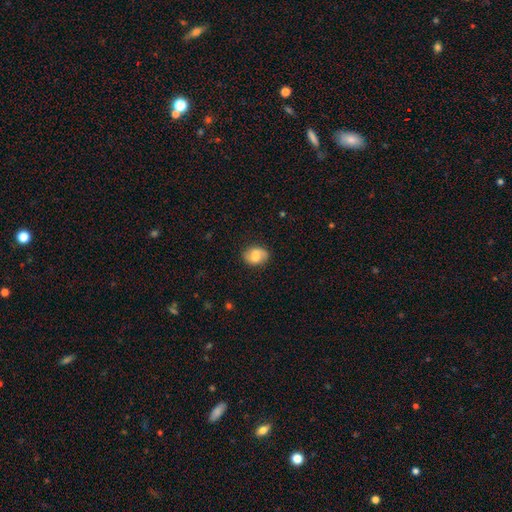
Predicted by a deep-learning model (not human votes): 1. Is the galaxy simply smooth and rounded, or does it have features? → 49% smooth, 42% featured or disk, 9% star or artifact.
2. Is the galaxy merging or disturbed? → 79% none, 16% minor disturbance, 4% major disturbance, 1% merger.